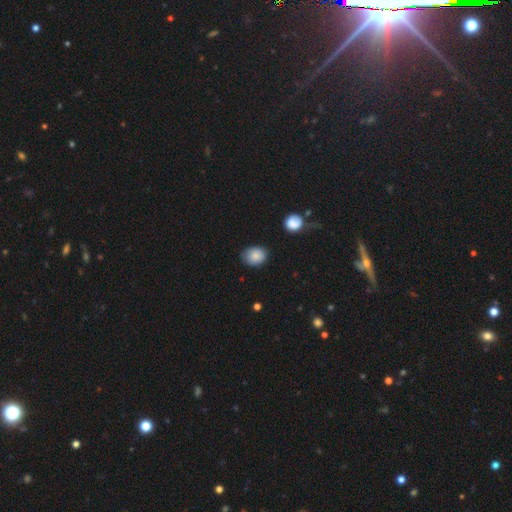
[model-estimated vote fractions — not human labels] A smooth galaxy with no disk features (86%) that is in between round and cigar-shaped (54%).

Vote fractions:
- Smooth or featured? smooth: 86% / star or artifact: 8% / featured or disk: 6%
- How rounded? in between: 54% / round: 45% / cigar-shaped: 1%
- Merging? none: 73% / minor disturbance: 22% / major disturbance: 4% / merger: 2%